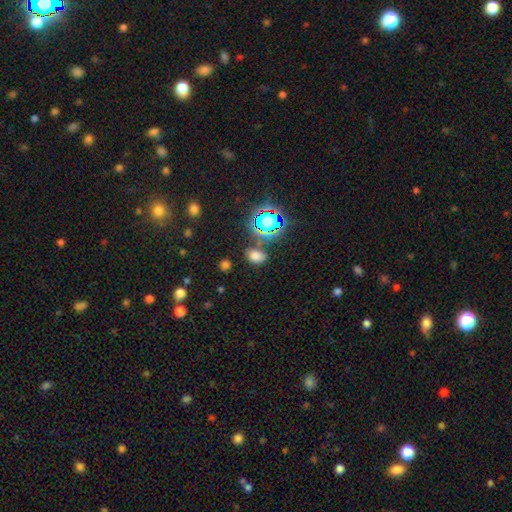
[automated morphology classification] Smooth or featured? smooth (68%)
How rounded? in between (74%)
Merging? none (75%)